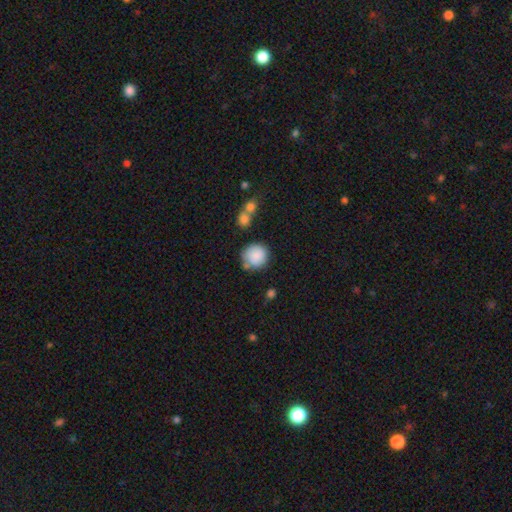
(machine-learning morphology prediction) smooth 86%, star or artifact 7%, featured or disk 6%. Down the decision tree: how rounded — round (89%); merging — none (64%).